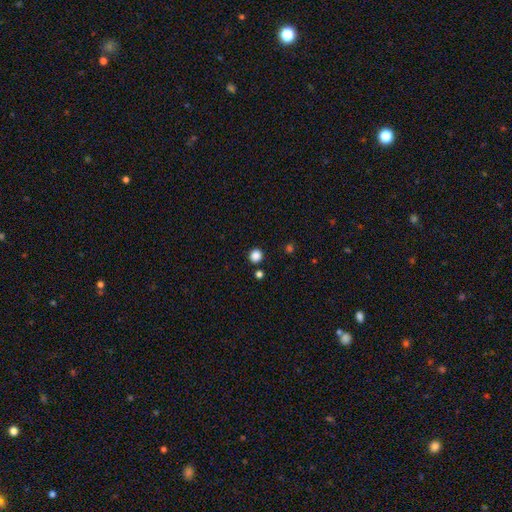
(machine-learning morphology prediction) A smooth galaxy with no disk features (85%) that is round (92%).

Vote fractions:
- Smooth or featured? smooth: 85% / star or artifact: 12% / featured or disk: 3%
- How rounded? round: 92% / in between: 7% / cigar-shaped: 1%
- Merging? none: 89% / minor disturbance: 5% / merger: 3% / major disturbance: 2%